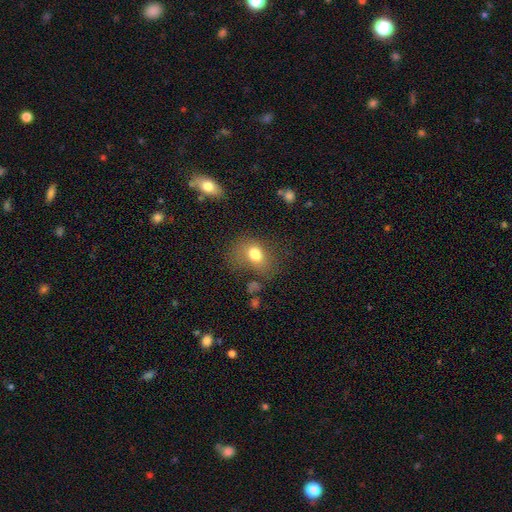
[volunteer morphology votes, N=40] smooth 72%, featured or disk 18%, star or artifact 10%. Down the decision tree: how rounded — in between (86%); merging — none (39%).